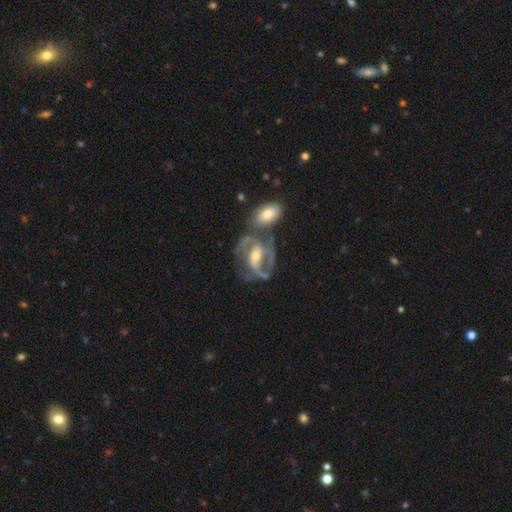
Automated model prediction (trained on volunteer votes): A featured or disk galaxy (86%) with a strong bar (40%), 2 (77%) medium (53%) spiral arms (91%) and a moderate central bulge (49%). Merging: none (43%).